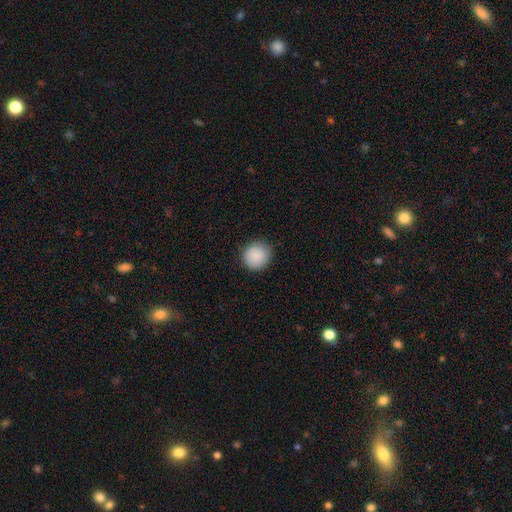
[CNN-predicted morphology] The model was most divided on "merging": none: 89%, minor disturbance: 8%, major disturbance: 2%, merger: 1%. More confident: how rounded — round (92%); smooth or featured — smooth (89%).